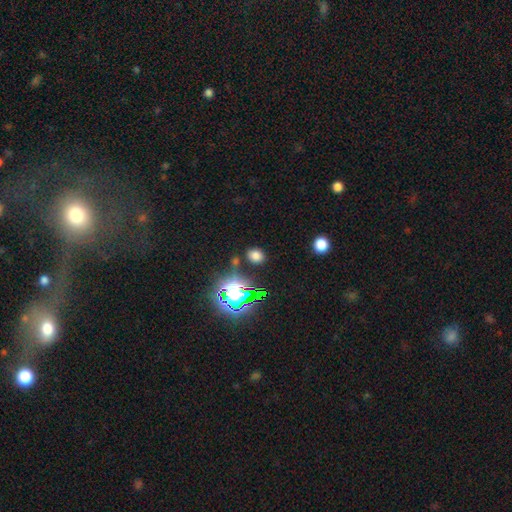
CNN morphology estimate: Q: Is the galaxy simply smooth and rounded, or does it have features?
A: smooth — 70%.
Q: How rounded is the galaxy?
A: in between — 57%.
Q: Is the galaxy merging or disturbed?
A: none — 83%.